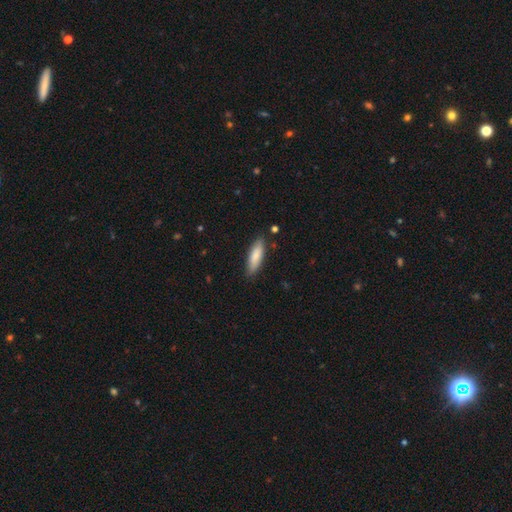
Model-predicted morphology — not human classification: type=smooth (82%); roundness=cigar-shaped (52%); merging=none (84%).